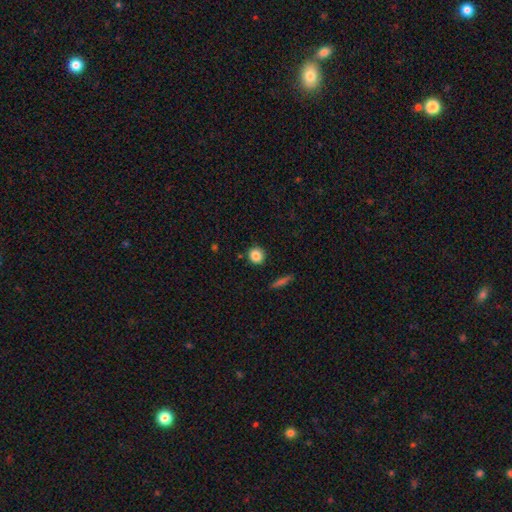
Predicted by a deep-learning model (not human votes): Morphology: type=smooth (85%); roundness=round (89%); merging=none (88%).